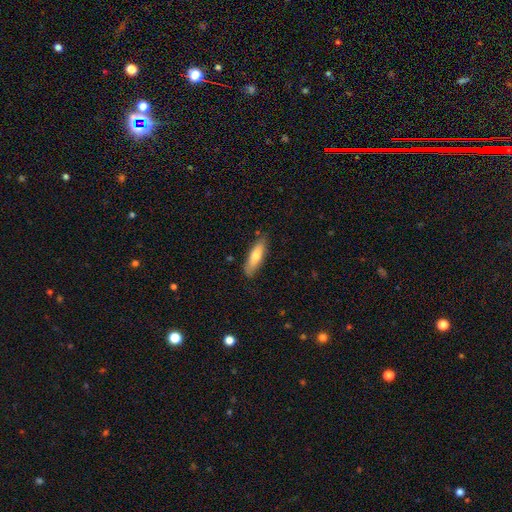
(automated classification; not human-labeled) Smooth or featured: smooth — 69% (featured or disk — 25%)
How rounded: cigar-shaped — 60% (in between — 38%)
Merging: none — 82% (minor disturbance — 14%)